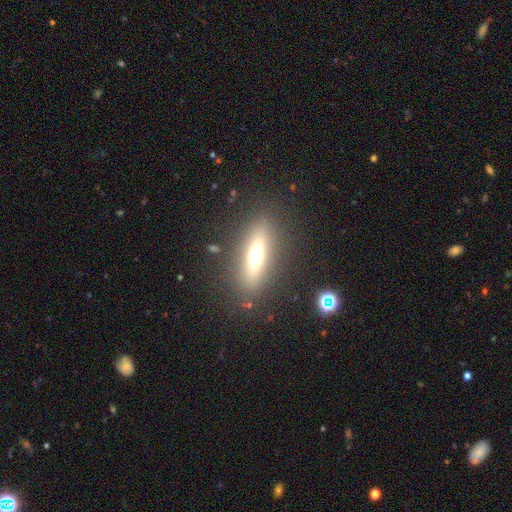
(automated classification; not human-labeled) Smooth or featured? smooth (46%)
Merging? none (84%)